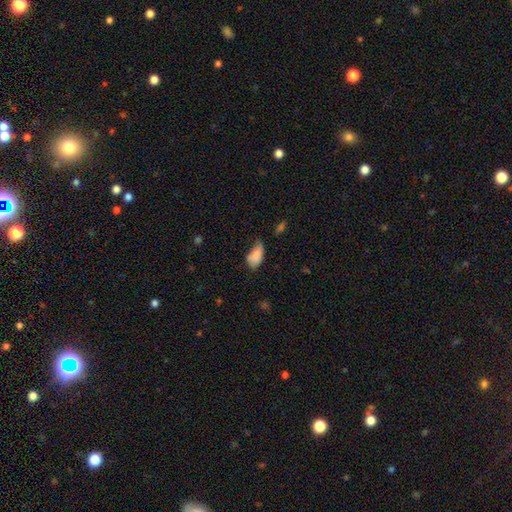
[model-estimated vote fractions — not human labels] Smooth or featured? smooth (81%)
How rounded? in between (92%)
Merging? minor disturbance (44%)